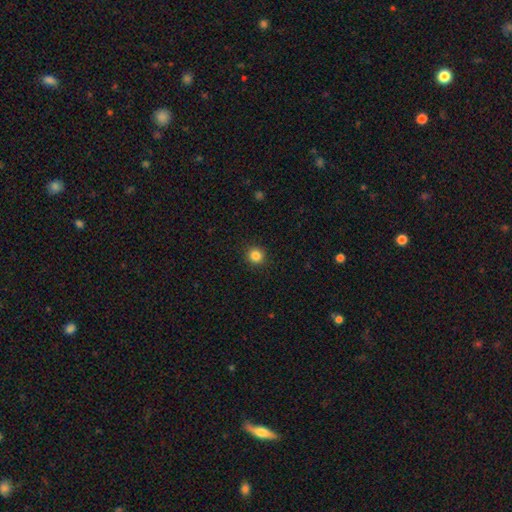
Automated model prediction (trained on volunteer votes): Smooth or featured: smooth — 85% (star or artifact — 12%)
How rounded: round — 93% (in between — 6%)
Merging: none — 92% (minor disturbance — 5%)